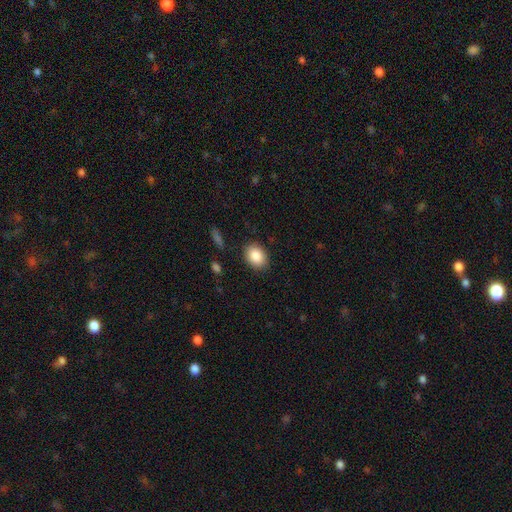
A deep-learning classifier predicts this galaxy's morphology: type=smooth (87%); roundness=in between (67%); merging=none (86%).